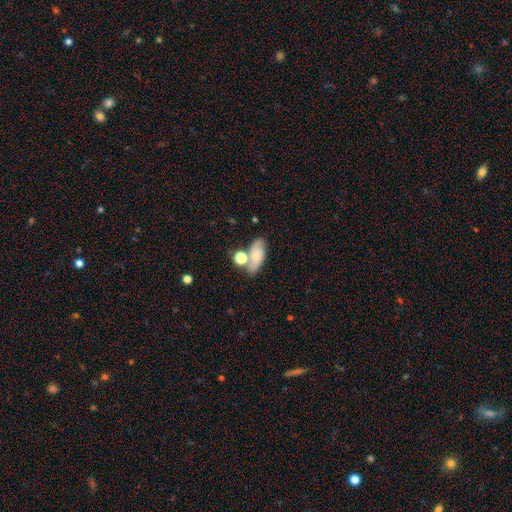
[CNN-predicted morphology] type=smooth (58%); roundness=in between (79%); merging=none (50%).